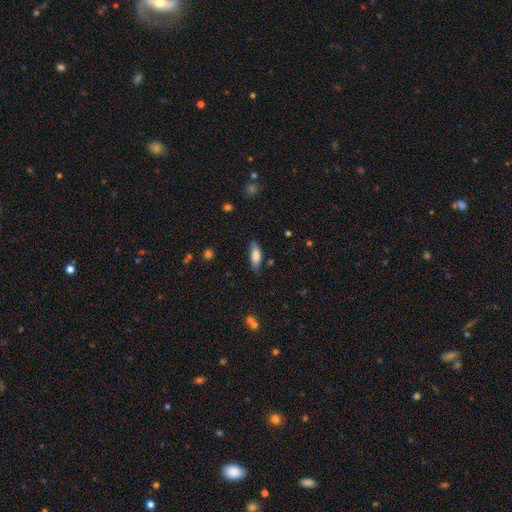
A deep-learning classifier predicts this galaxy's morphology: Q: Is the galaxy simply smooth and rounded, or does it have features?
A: smooth — 78%.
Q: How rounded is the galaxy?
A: in between — 70%.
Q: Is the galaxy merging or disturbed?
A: none — 76%.